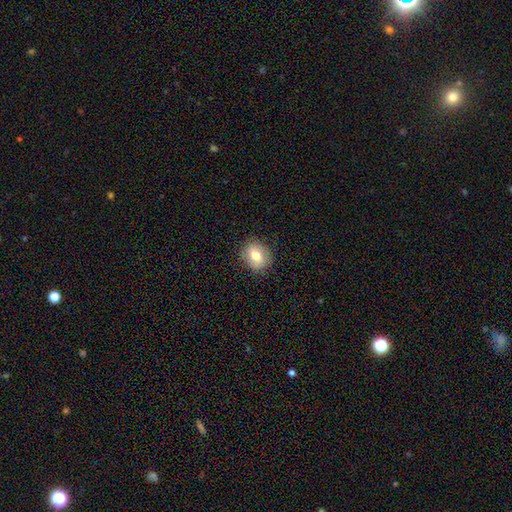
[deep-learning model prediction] smooth 72%, featured or disk 19%, star or artifact 8%. Down the decision tree: how rounded — round (57%); merging — none (85%).